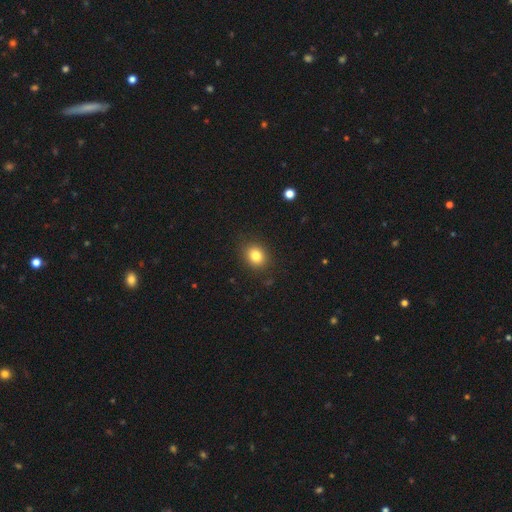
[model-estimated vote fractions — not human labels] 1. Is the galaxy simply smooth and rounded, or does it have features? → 82% smooth, 11% star or artifact, 7% featured or disk.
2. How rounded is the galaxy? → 61% round, 38% in between, 1% cigar-shaped.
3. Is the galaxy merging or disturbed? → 87% none, 9% minor disturbance, 2% major disturbance, 1% merger.